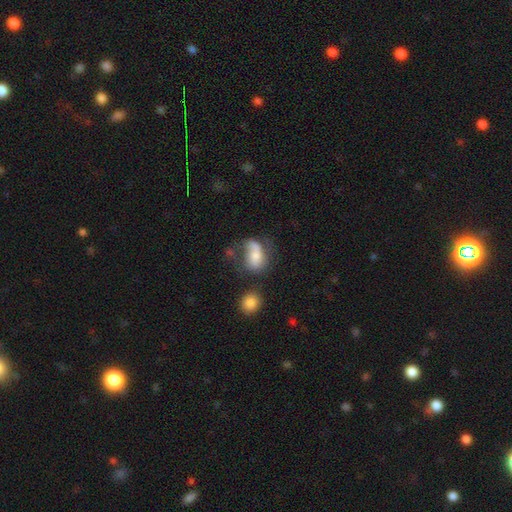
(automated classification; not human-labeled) Smooth or featured: smooth — 63% (featured or disk — 28%)
How rounded: in between — 82% (round — 15%)
Merging: major disturbance — 30% (none — 27%)